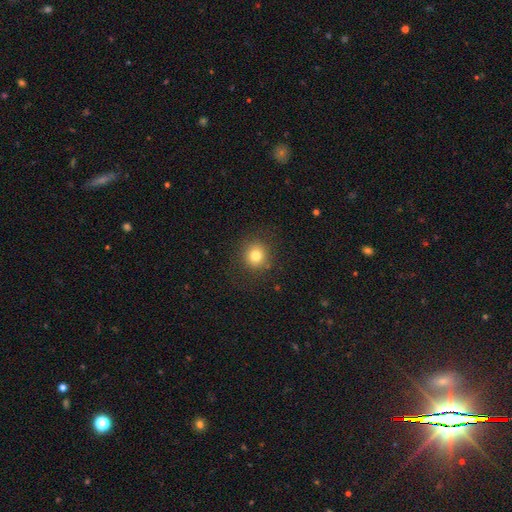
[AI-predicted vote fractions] smooth 80%, star or artifact 12%, featured or disk 8%. Down the decision tree: how rounded — round (90%); merging — none (87%).